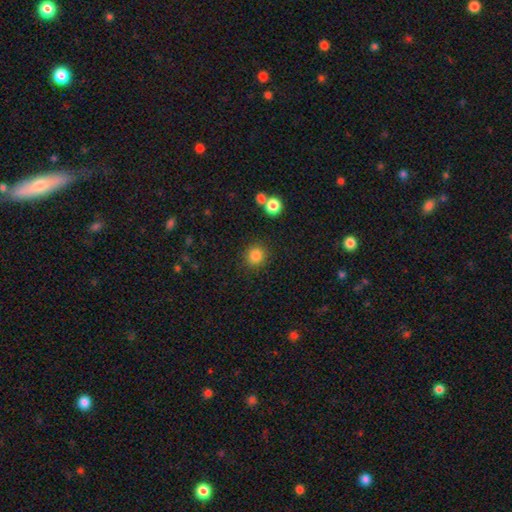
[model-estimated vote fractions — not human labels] A smooth galaxy with no disk features (85%) that is round (89%).

Vote fractions:
- Smooth or featured? smooth: 85% / star or artifact: 11% / featured or disk: 4%
- How rounded? round: 89% / in between: 10% / cigar-shaped: 1%
- Merging? none: 87% / minor disturbance: 7% / merger: 3% / major disturbance: 3%